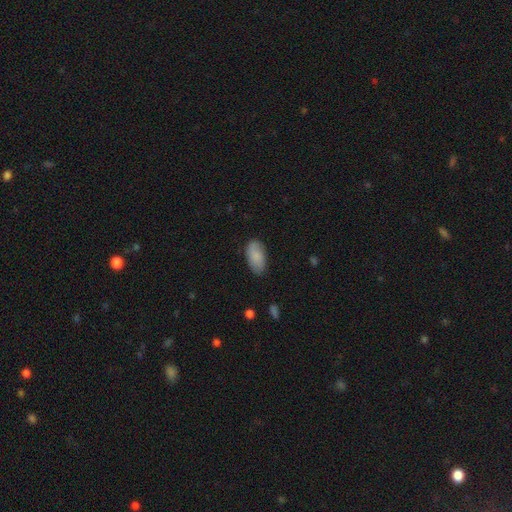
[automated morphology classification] smooth-or-featured: smooth: 84% | featured or disk: 10% | star or artifact: 6%
  how-rounded: in between: 95% | cigar-shaped: 3% | round: 2%
  merging: none: 81% | minor disturbance: 15% | major disturbance: 3% | merger: 1%